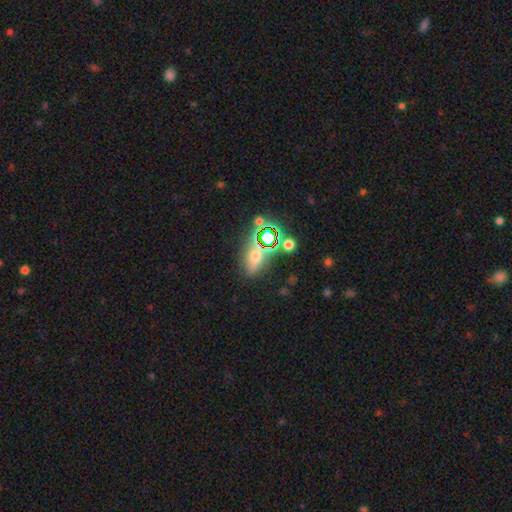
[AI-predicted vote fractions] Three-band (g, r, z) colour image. It shows a smooth galaxy with no disk features (50%) that is in between round and cigar-shaped (74%). Merging: none (69%).